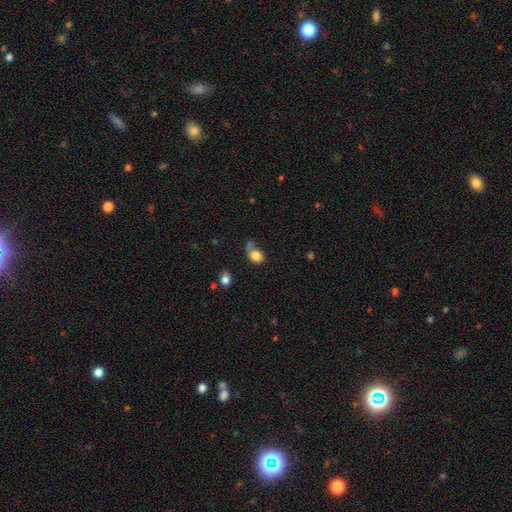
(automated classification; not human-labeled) The model was most divided on "merging": none: 36%, major disturbance: 25%, minor disturbance: 23%, merger: 16%. More confident: smooth or featured — smooth (78%); how rounded — in between (57%).